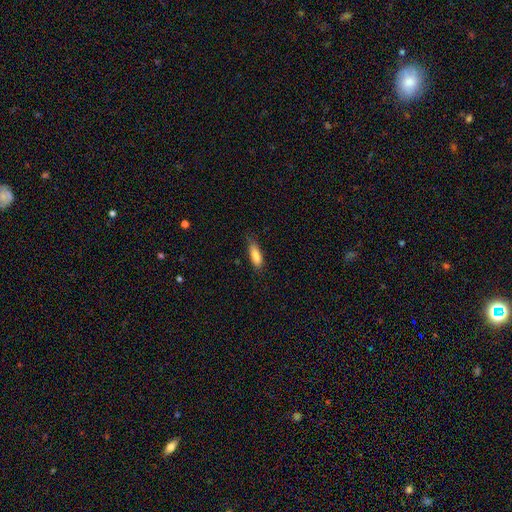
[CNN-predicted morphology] Smooth or featured: smooth — 84% (featured or disk — 9%)
How rounded: in between — 58% (cigar-shaped — 40%)
Merging: none — 64% (minor disturbance — 27%)